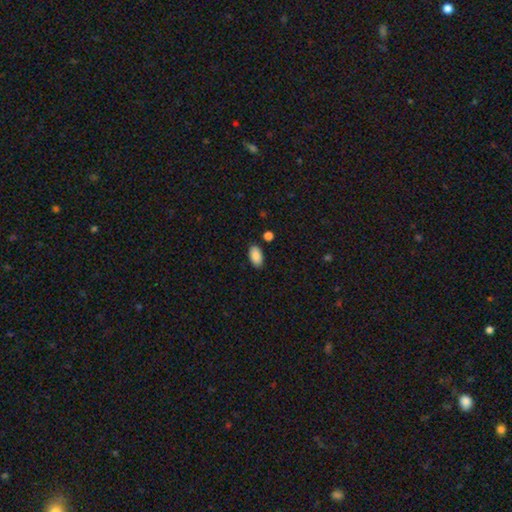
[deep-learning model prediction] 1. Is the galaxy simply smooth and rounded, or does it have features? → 89% smooth, 7% star or artifact, 4% featured or disk.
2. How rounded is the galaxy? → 94% in between, 3% round, 2% cigar-shaped.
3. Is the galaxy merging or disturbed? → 85% none, 10% minor disturbance, 3% merger, 2% major disturbance.